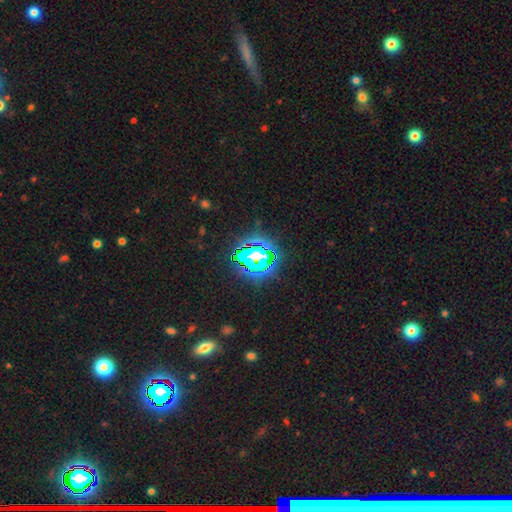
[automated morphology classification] Smooth or featured?
  - star or artifact: 66% *
  - smooth: 20%
  - featured or disk: 13%